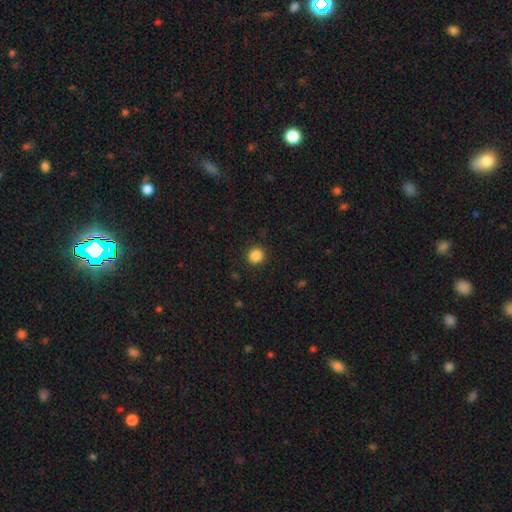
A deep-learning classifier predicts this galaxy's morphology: A smooth galaxy with no disk features (87%) that is round (90%).

Vote fractions:
- Smooth or featured? smooth: 87% / star or artifact: 10% / featured or disk: 3%
- How rounded? round: 90% / in between: 9% / cigar-shaped: 1%
- Merging? none: 90% / minor disturbance: 6% / major disturbance: 2% / merger: 1%